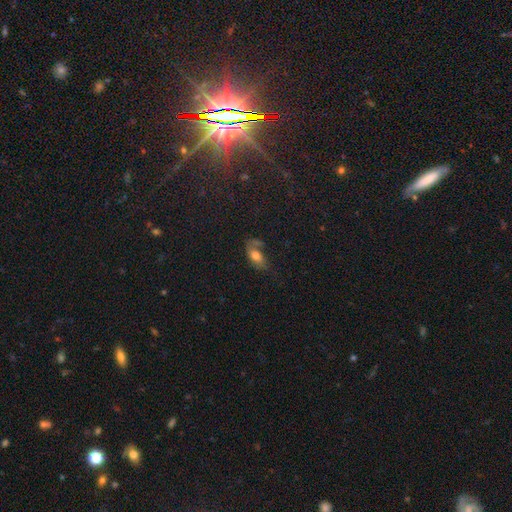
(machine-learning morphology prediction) The model was most divided on "merging": none: 44%, minor disturbance: 26%, major disturbance: 16%, merger: 15%. More confident: how rounded — in between (87%); smooth or featured — smooth (69%).